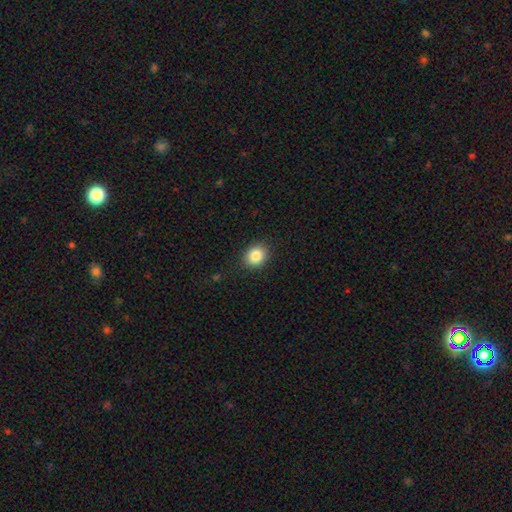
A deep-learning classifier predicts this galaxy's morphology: Overall: smooth (86%). How rounded: round (59%; in between 40%). Merging: none (89%).